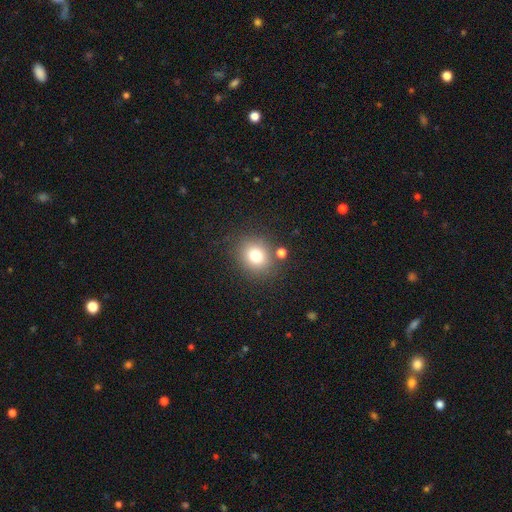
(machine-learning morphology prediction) Overall: smooth (77%). How rounded: round (74%). Merging: none (80%).